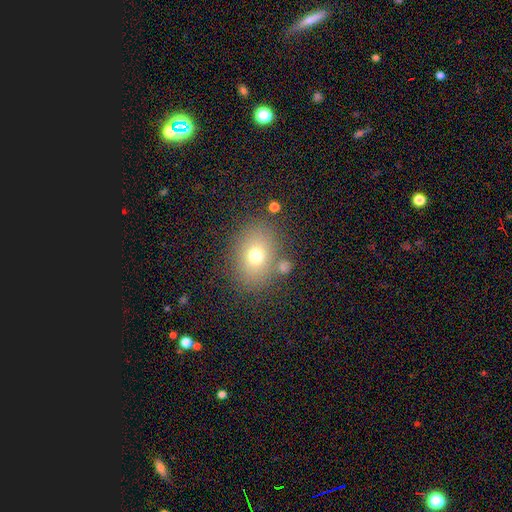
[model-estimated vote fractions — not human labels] Q: Smooth or featured?
A: smooth (70%); runner-up: featured or disk (15%)
Q: How rounded?
A: in between (58%); runner-up: round (41%)
Q: Merging?
A: none (77%); runner-up: minor disturbance (12%)